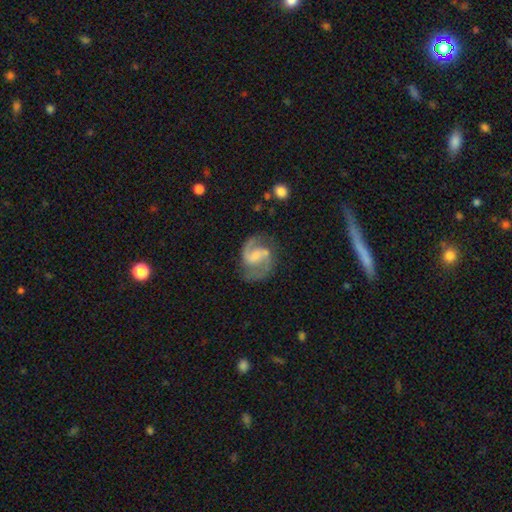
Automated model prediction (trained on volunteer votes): A featured or disk galaxy (88%) with a weak bar (53%), 2 (91%) medium (60%) spiral arms (97%) and a small central bulge (44%).

Vote fractions:
- Smooth or featured? featured or disk: 88% / smooth: 7% / star or artifact: 5%
- Edge-on disk? no: 98% / yes: 2%
- Bar? weak: 53% / no: 28% / strong: 18%
- Spiral arms? yes: 97% / no: 3%
- Spiral winding? medium: 60% / loose: 25% / tight: 15%
- Spiral arm count? 2: 91% / 1: 3% / can't tell: 2% / 3: 1% / 4: 1% / more than 4: 1%
- Bulge size? small: 44% / moderate: 30% / none: 22% / large: 4% / dominant: 1%
- Merging? none: 72% / minor disturbance: 17% / major disturbance: 8% / merger: 3%